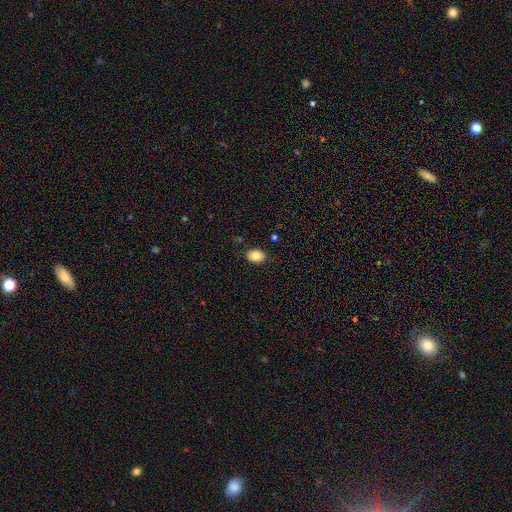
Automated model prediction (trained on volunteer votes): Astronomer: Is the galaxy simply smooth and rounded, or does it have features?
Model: smooth — 84%.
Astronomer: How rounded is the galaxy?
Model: in between — 73%.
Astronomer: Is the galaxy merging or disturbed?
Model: none — 86%.